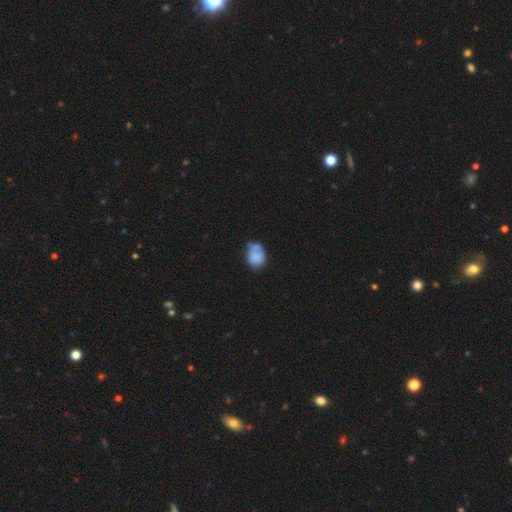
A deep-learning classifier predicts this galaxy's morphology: smooth_or_featured: smooth (p=0.78) [alt: featured or disk p=0.13]
how_rounded: in between (p=0.53) [alt: round p=0.46]
merging: none (p=0.40) [alt: minor disturbance p=0.29]